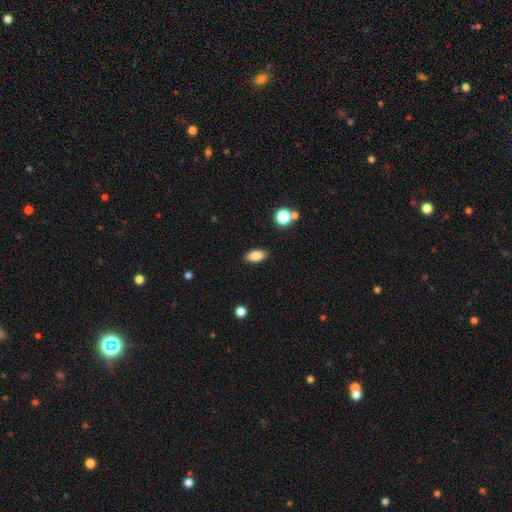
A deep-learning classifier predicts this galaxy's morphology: A smooth galaxy with no disk features (86%) that is in between round and cigar-shaped (88%).

Vote fractions:
- Smooth or featured? smooth: 86% / star or artifact: 9% / featured or disk: 6%
- How rounded? in between: 88% / cigar-shaped: 7% / round: 5%
- Merging? none: 89% / minor disturbance: 8% / major disturbance: 2% / merger: 1%